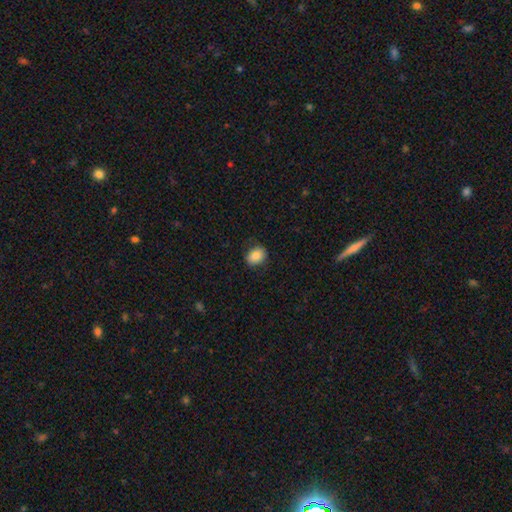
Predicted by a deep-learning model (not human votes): smooth 84%, star or artifact 8%, featured or disk 8%. Down the decision tree: how rounded — in between (59%); merging — none (84%).